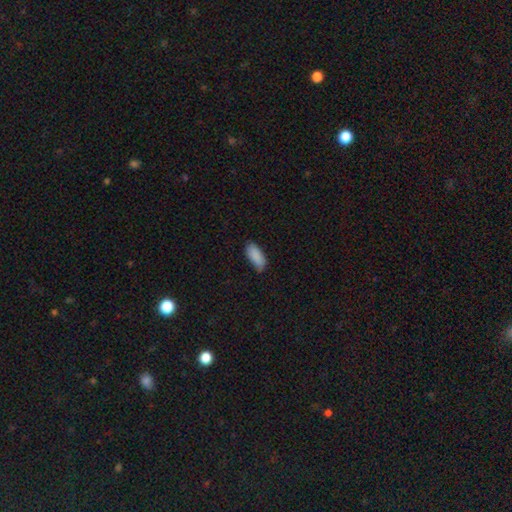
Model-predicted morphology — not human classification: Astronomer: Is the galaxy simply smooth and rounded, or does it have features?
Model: smooth — 89%.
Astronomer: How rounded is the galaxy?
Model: in between — 85%.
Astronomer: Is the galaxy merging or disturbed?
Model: none — 75%.